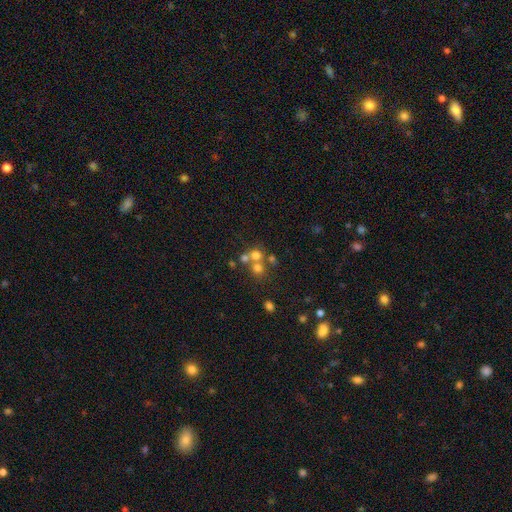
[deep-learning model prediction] Smooth or featured? smooth (63%)
How rounded? round (86%)
Merging? merger (46%)